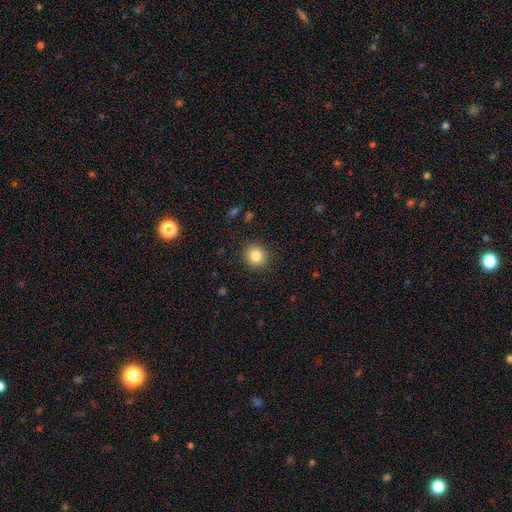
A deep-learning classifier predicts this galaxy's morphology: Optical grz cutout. It shows a smooth galaxy with no disk features (83%) that is round (89%). Merging: none (90%).